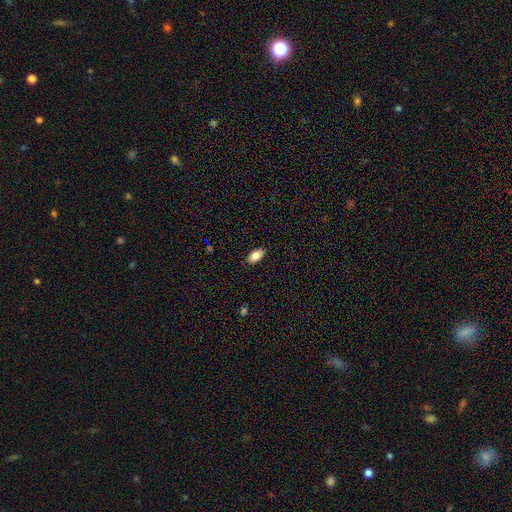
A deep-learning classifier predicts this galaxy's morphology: smooth 84%, featured or disk 9%, star or artifact 7%. Down the decision tree: how rounded — in between (90%); merging — none (88%).